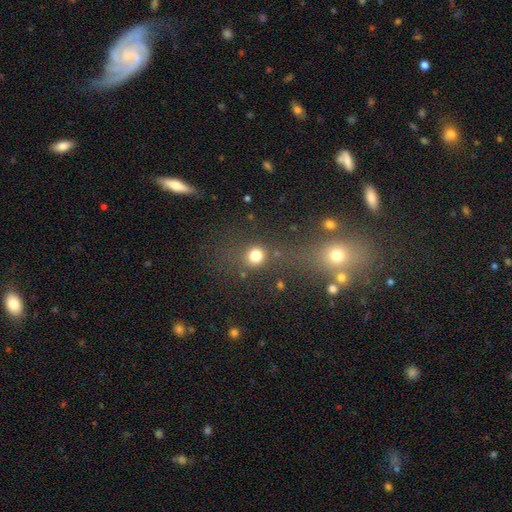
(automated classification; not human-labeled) smooth 77%, star or artifact 16%, featured or disk 7%. Down the decision tree: how rounded — round (79%); merging — none (63%).